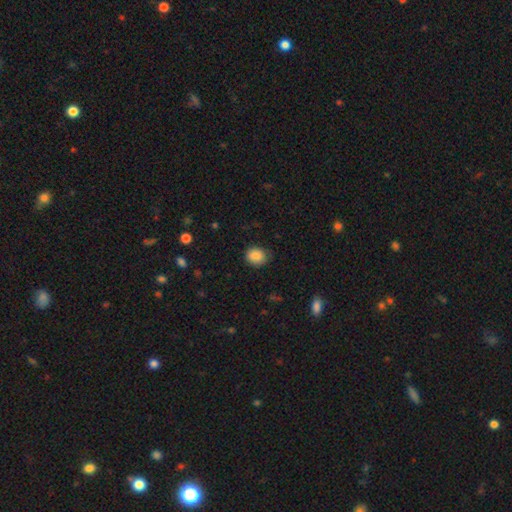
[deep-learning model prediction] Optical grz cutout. It shows a smooth galaxy with no disk features (86%) that is round (62%). Merging: none (77%).